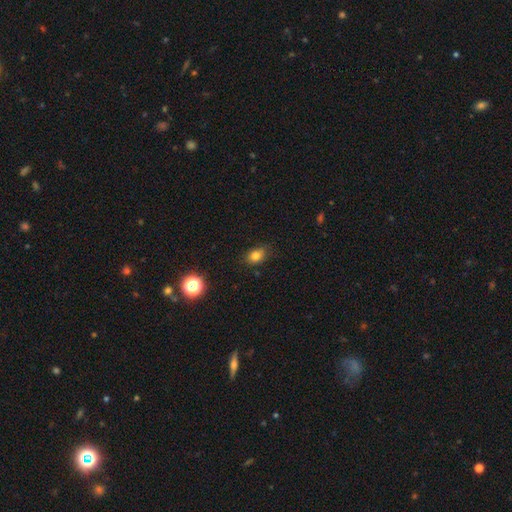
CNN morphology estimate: Smooth or featured: smooth — 80% (star or artifact — 13%)
How rounded: in between — 63% (round — 35%)
Merging: none — 74% (minor disturbance — 20%)